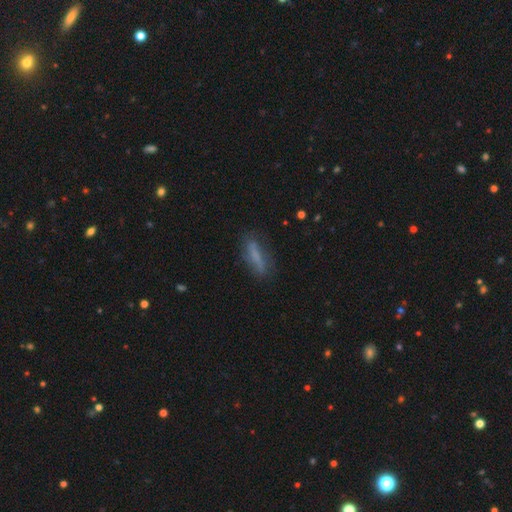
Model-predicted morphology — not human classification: Q: Smooth or featured?
A: smooth (63%); runner-up: featured or disk (28%)
Q: How rounded?
A: cigar-shaped (68%); runner-up: in between (30%)
Q: Merging?
A: none (74%); runner-up: minor disturbance (18%)